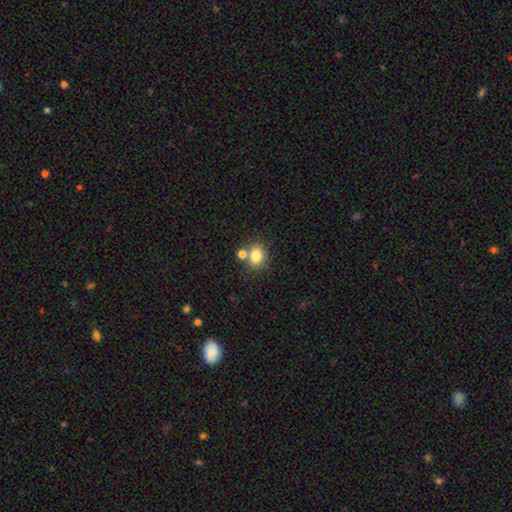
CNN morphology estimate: smooth-or-featured: smooth: 81% | star or artifact: 11% | featured or disk: 8%
  how-rounded: round: 57% | in between: 42% | cigar-shaped: 1%
  merging: none: 62% | merger: 24% | minor disturbance: 11% | major disturbance: 3%